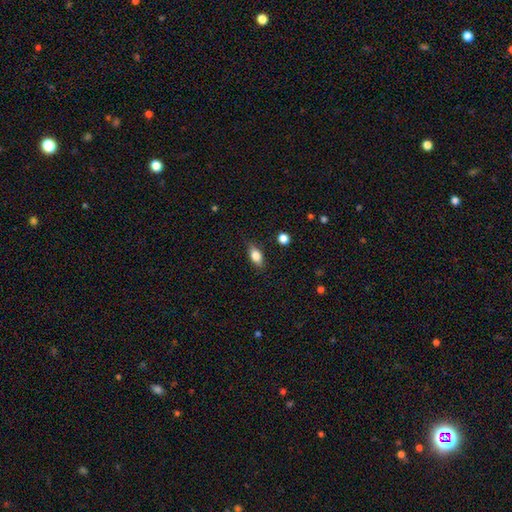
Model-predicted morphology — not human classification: Smooth or featured: smooth — 75% (featured or disk — 16%)
How rounded: in between — 80% (cigar-shaped — 12%)
Merging: none — 81% (minor disturbance — 14%)